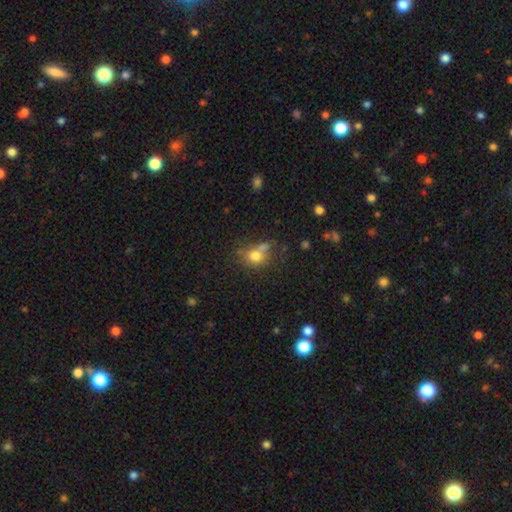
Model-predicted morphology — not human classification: smooth_or_featured: smooth (p=0.74) [alt: featured or disk p=0.13]
how_rounded: round (p=0.63) [alt: in between p=0.36]
merging: none (p=0.44) [alt: merger p=0.27]